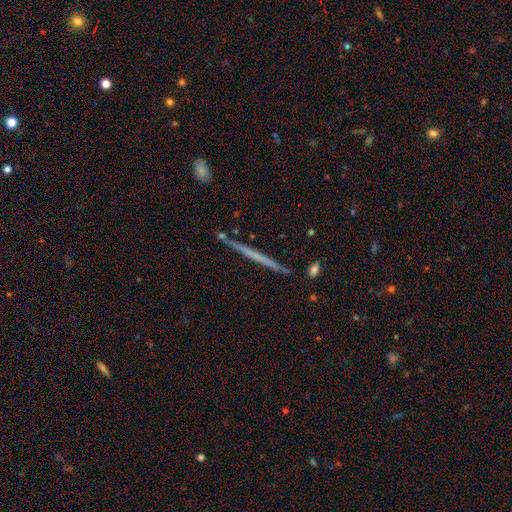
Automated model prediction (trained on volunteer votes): Morphology: type=featured or disk (58%); edge-on=yes (98%); edge-on bulge=none (88%); merging=none (91%).